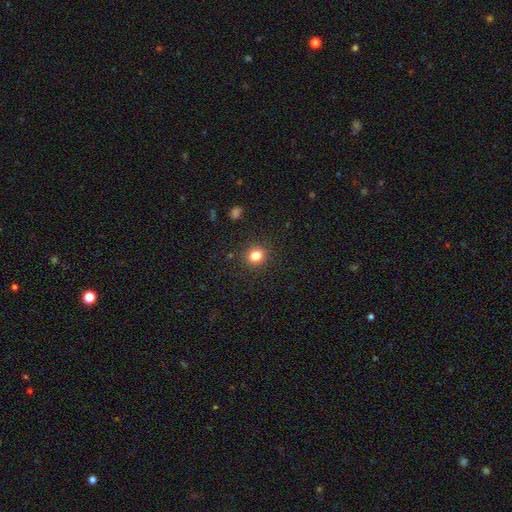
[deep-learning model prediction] Smooth or featured? smooth (82%)
How rounded? round (75%)
Merging? none (90%)